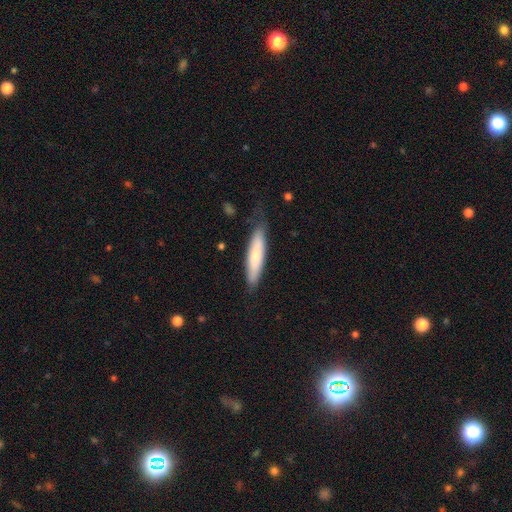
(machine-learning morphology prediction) Smooth or featured?
  - smooth: 70% *
  - featured or disk: 24%
  - star or artifact: 6%
How rounded?
  - cigar-shaped: 80% *
  - in between: 19%
  - round: 1%
Merging?
  - none: 74% *
  - minor disturbance: 19%
  - major disturbance: 5%
  - merger: 1%